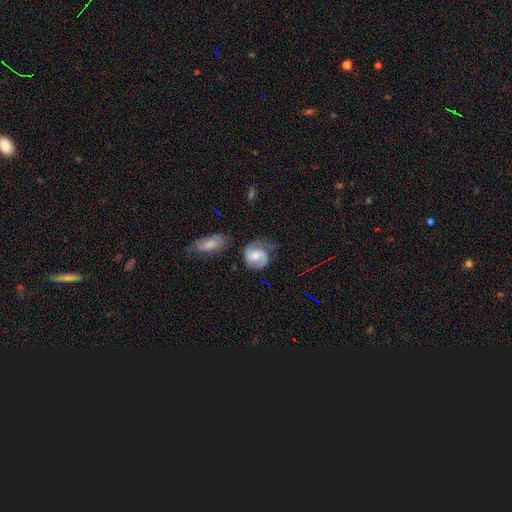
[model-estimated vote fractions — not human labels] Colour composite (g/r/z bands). It shows a featured or disk galaxy (72%) with no bar (45%), 2 (74%) medium (46%) spiral arms (94%) and a moderate central bulge (48%). Merging: none (58%).